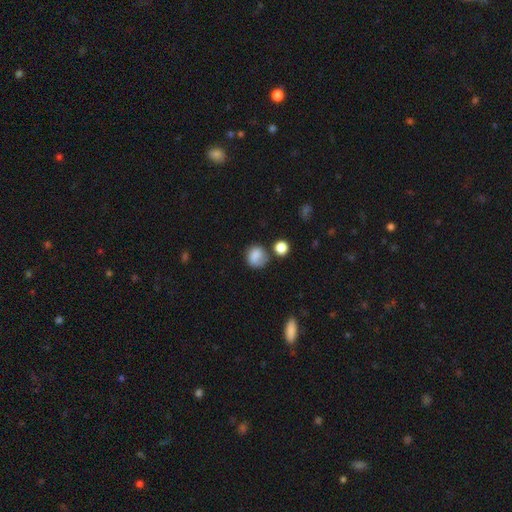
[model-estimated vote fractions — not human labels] A smooth galaxy with no disk features (81%) that is round (76%). Merging: none (62%).